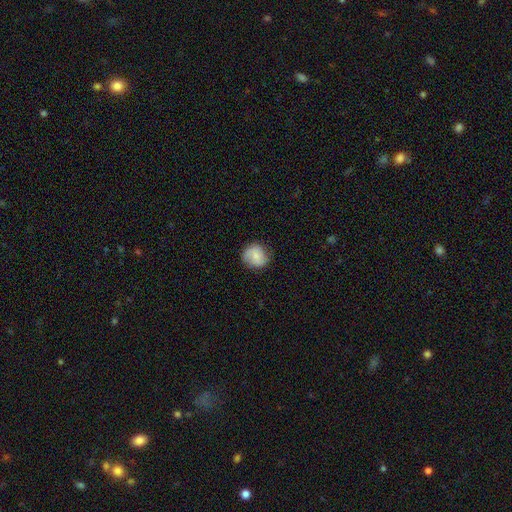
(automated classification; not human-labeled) This is likely a smooth galaxy (62%). How rounded: clearly round (82%). Merging: likely none (74%).